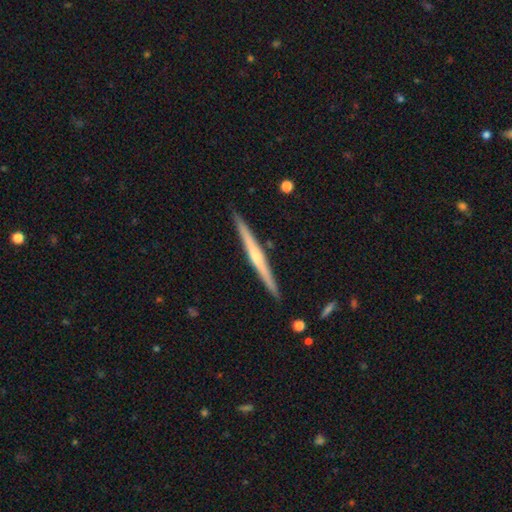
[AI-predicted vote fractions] A featured or disk galaxy (76%) viewed edge-on (98%) with a rounded central bulge (68%).

Vote fractions:
- Smooth or featured? featured or disk: 76% / smooth: 18% / star or artifact: 6%
- Edge-on disk? yes: 98% / no: 2%
- Edge-on bulge? rounded: 68% / none: 24% / boxy: 8%
- Merging? none: 91% / minor disturbance: 6% / merger: 1% / major disturbance: 1%